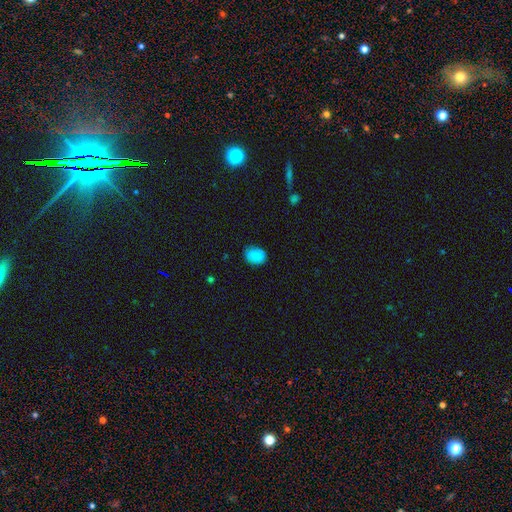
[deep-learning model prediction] This appears to be a smooth galaxy with no disk features (88%) that is in between round and cigar-shaped (67%). Merging: none (82%).